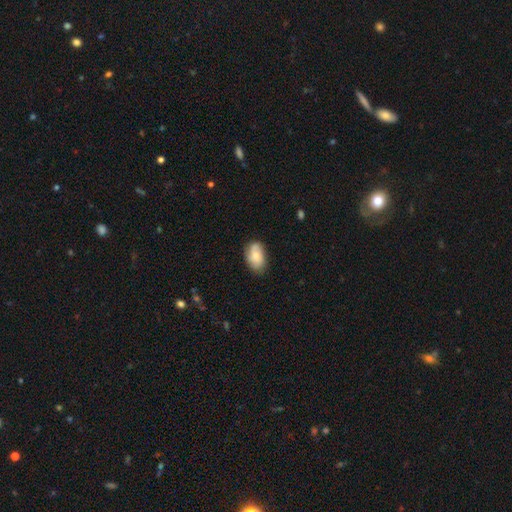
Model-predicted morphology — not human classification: This appears to be a smooth galaxy with no disk features (64%) that is in between round and cigar-shaped (88%). Merging: none (71%).